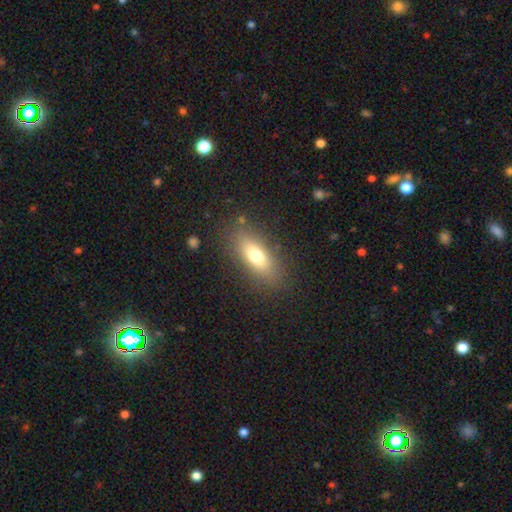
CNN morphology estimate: Smooth or featured?
  - smooth: 71% *
  - featured or disk: 20%
  - star or artifact: 9%
How rounded?
  - in between: 71% *
  - cigar-shaped: 24%
  - round: 5%
Merging?
  - none: 83% *
  - minor disturbance: 11%
  - major disturbance: 4%
  - merger: 2%